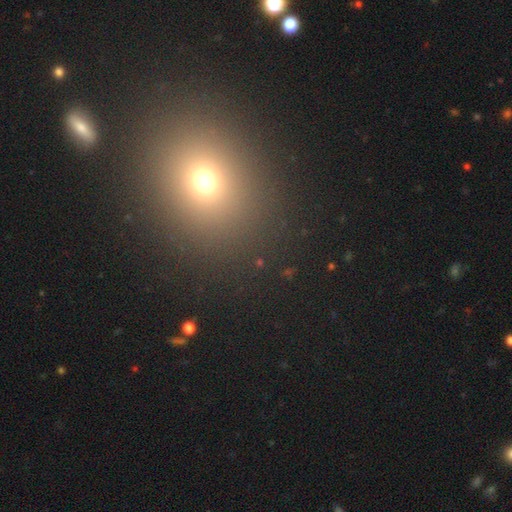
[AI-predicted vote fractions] Q: Smooth or featured?
A: smooth (59%); runner-up: star or artifact (33%)
Q: How rounded?
A: round (71%); runner-up: in between (27%)
Q: Merging?
A: none (89%); runner-up: minor disturbance (6%)